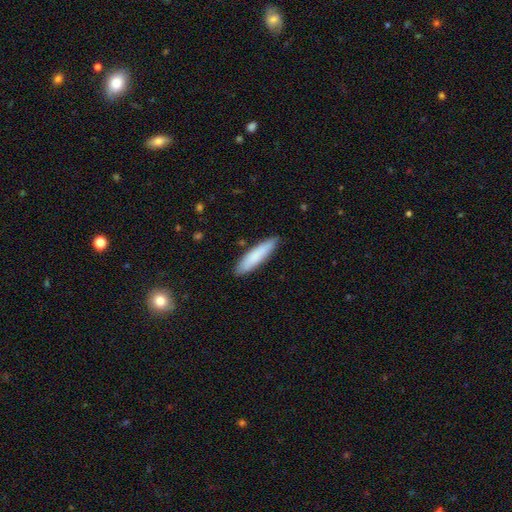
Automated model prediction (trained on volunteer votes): smooth 83%, featured or disk 12%, star or artifact 5%. Down the decision tree: how rounded — cigar-shaped (79%); merging — none (87%).